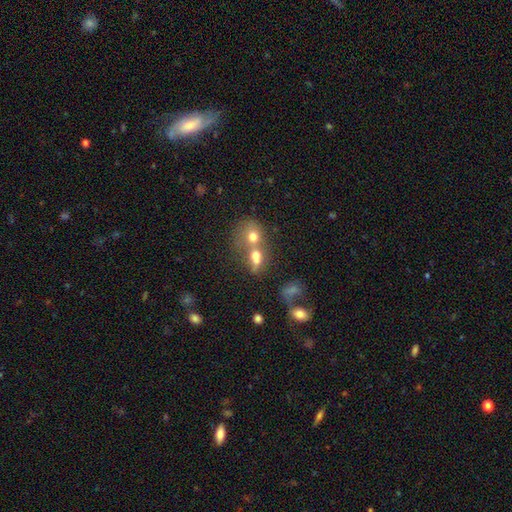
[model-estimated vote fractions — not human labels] This appears to be a smooth galaxy with no disk features (67%) that is round (49%). Merging: merger (66%).